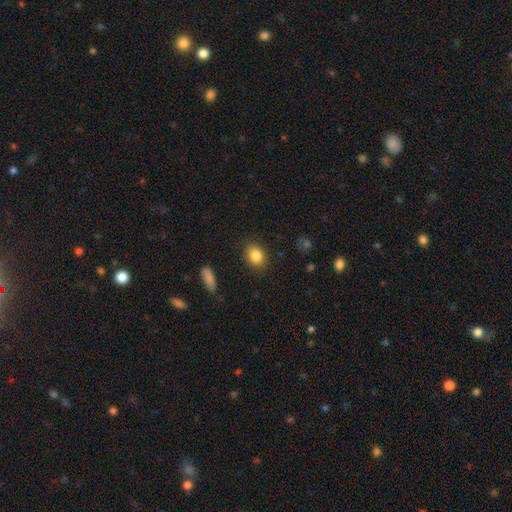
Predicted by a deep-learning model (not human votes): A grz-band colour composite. It shows a smooth galaxy with no disk features (85%) that is in between round and cigar-shaped (60%). Merging: none (86%).